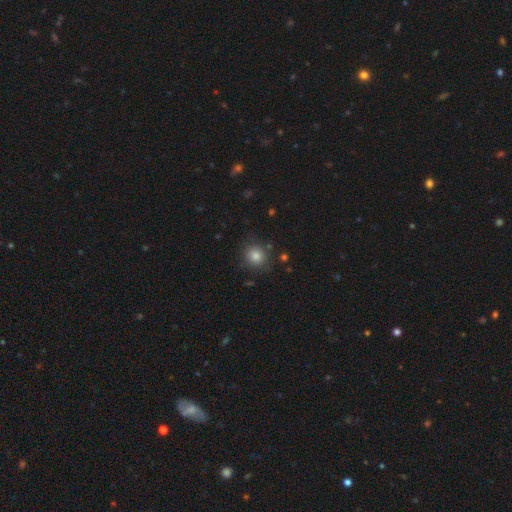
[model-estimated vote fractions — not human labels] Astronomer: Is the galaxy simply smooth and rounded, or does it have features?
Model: smooth — 82%.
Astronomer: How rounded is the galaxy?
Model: round — 85%.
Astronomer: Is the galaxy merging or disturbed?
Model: none — 84%.